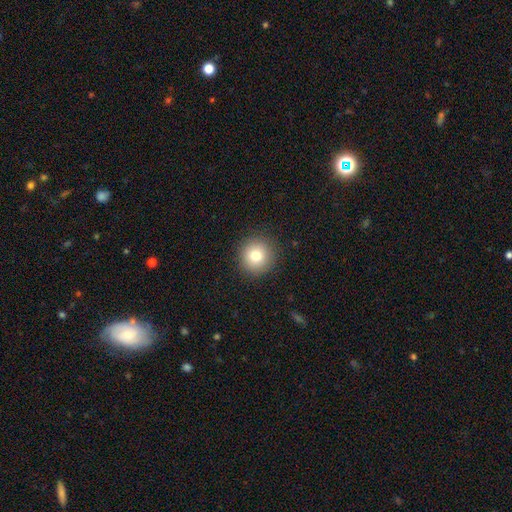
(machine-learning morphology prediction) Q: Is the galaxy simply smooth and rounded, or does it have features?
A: smooth — 79%.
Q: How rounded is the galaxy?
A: round — 94%.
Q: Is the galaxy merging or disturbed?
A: none — 91%.